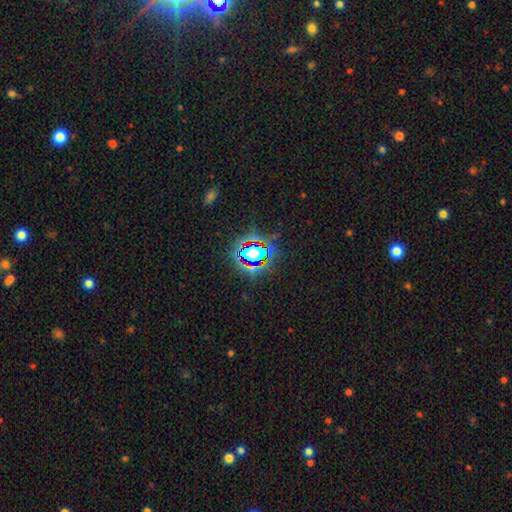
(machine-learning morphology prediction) Smooth or featured: star or artifact — 64% (smooth — 23%)